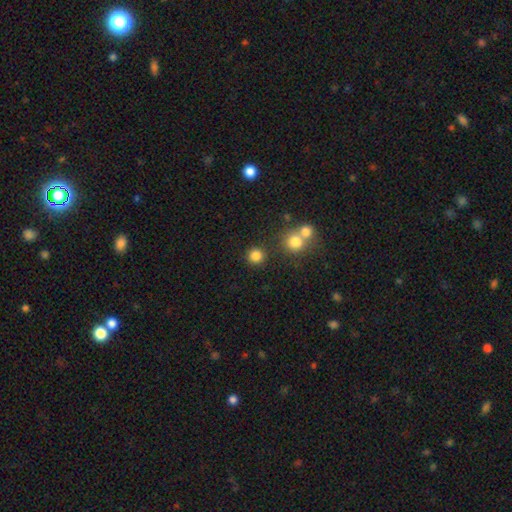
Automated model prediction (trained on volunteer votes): The model was most divided on "smooth or featured": smooth: 83%, star or artifact: 13%, featured or disk: 5%. More confident: how rounded — round (94%); merging — none (84%).